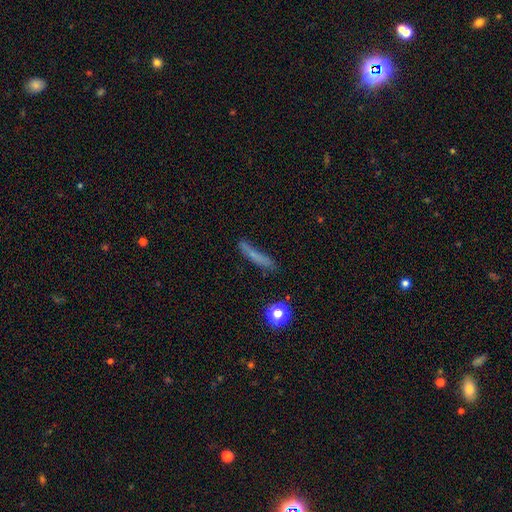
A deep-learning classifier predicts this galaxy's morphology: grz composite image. It shows a smooth galaxy with no disk features (63%) that is cigar-shaped (88%). Merging: none (65%).